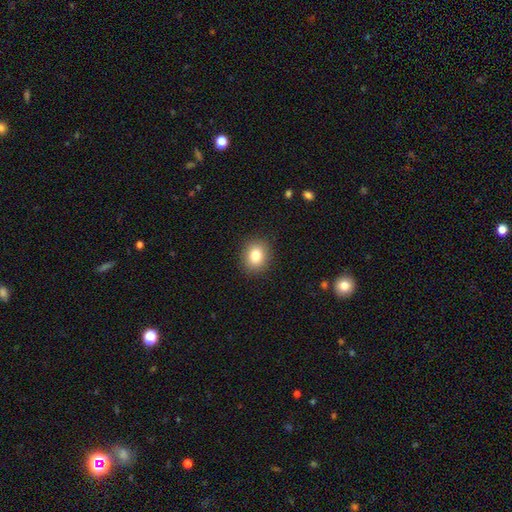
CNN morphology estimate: This is clearly a smooth galaxy (82%). How rounded: likely round (64%). Merging: clearly none (89%).